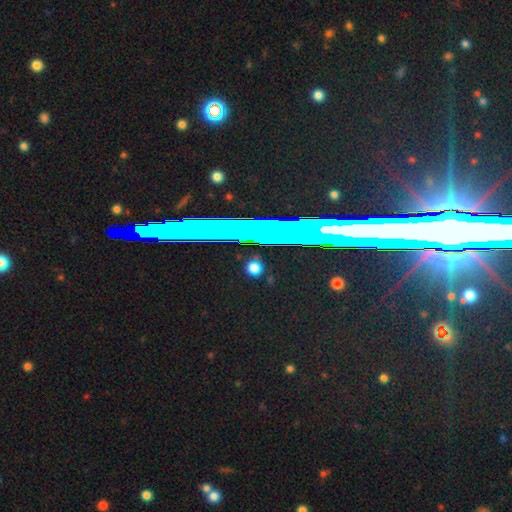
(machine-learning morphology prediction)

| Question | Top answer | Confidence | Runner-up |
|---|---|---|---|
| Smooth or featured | star or artifact | 70% | featured or disk (19%) |